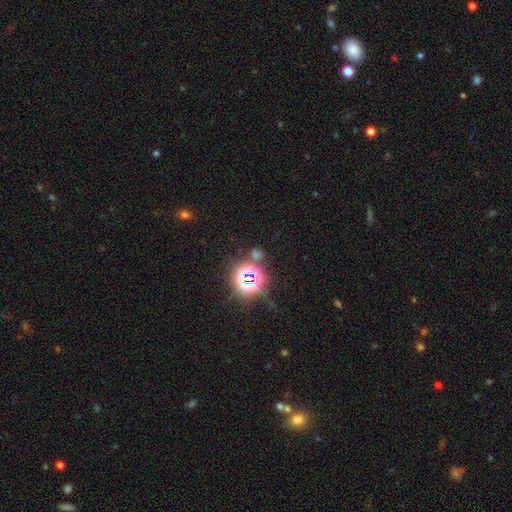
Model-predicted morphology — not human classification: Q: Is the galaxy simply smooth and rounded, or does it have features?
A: star or artifact — 72%.